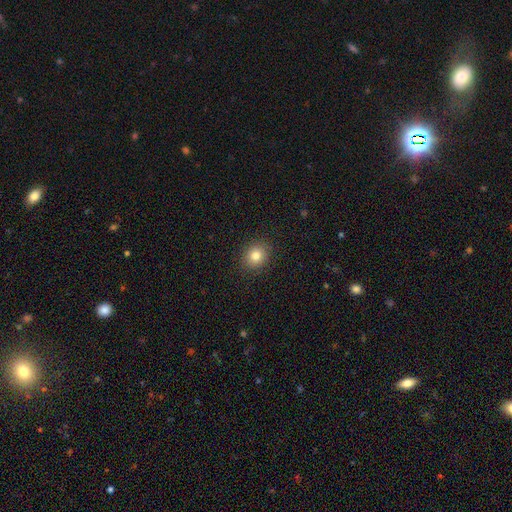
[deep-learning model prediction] Smooth or featured?
  - smooth: 82% *
  - star or artifact: 11%
  - featured or disk: 7%
How rounded?
  - round: 70% *
  - in between: 29%
  - cigar-shaped: 1%
Merging?
  - none: 90% *
  - minor disturbance: 7%
  - major disturbance: 2%
  - merger: 1%